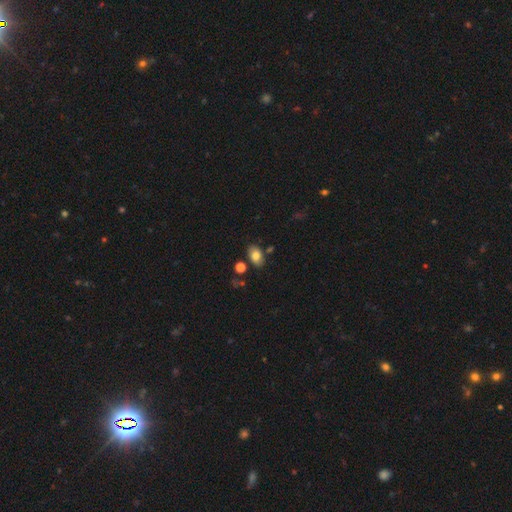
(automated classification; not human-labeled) This appears to be a smooth galaxy with no disk features (79%) that is in between round and cigar-shaped (90%). Merging: none (80%).